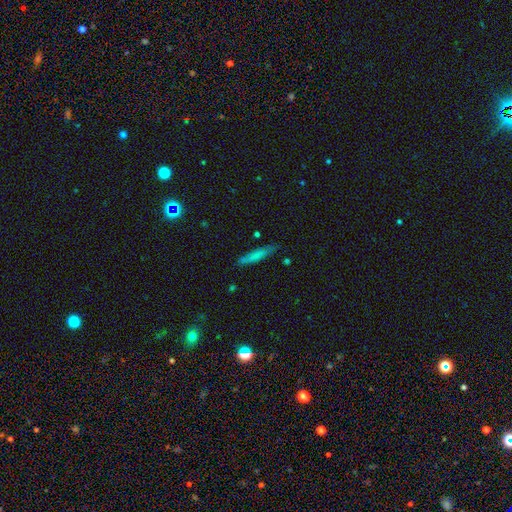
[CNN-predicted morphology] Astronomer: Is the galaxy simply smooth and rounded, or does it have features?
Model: smooth — 71%.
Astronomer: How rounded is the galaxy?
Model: cigar-shaped — 89%.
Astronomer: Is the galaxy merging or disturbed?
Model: none — 79%.